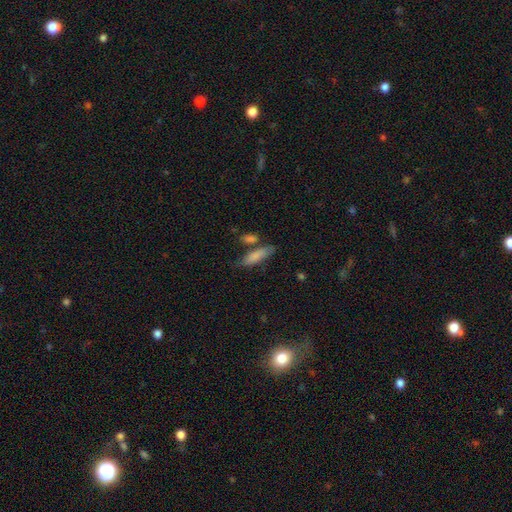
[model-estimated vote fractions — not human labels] smooth-or-featured: smooth: 81% | featured or disk: 13% | star or artifact: 6%
  how-rounded: cigar-shaped: 59% | in between: 38% | round: 2%
  merging: none: 63% | minor disturbance: 17% | merger: 16% | major disturbance: 5%